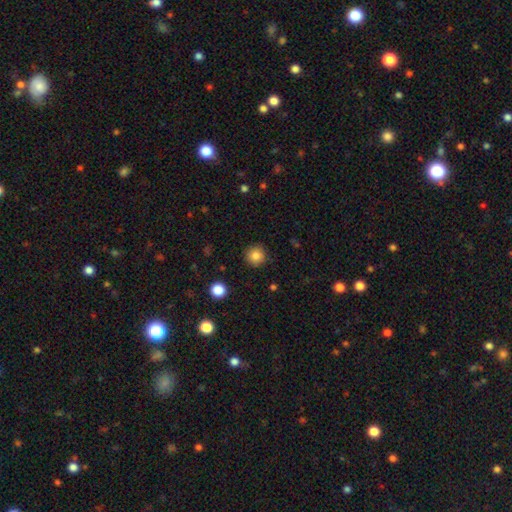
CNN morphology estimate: The model was most divided on "smooth or featured": smooth: 83%, star or artifact: 11%, featured or disk: 6%. More confident: how rounded — round (95%); merging — none (89%).